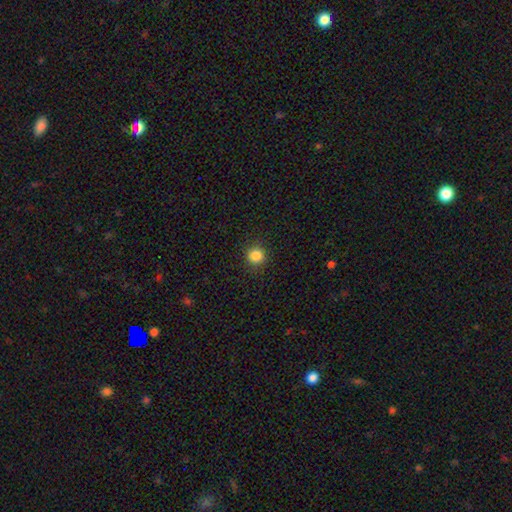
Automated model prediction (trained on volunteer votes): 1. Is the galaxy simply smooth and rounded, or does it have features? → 85% smooth, 12% star or artifact, 4% featured or disk.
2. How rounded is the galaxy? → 92% round, 7% in between, 1% cigar-shaped.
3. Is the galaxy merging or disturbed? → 91% none, 6% minor disturbance, 2% major disturbance, 1% merger.